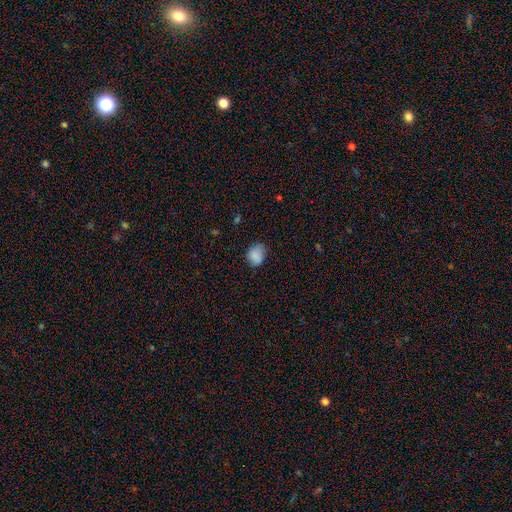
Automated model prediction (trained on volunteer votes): Smooth or featured?
  - smooth: 84% *
  - star or artifact: 9%
  - featured or disk: 7%
How rounded?
  - in between: 55% *
  - round: 44%
  - cigar-shaped: 1%
Merging?
  - none: 65% *
  - minor disturbance: 27%
  - major disturbance: 6%
  - merger: 1%